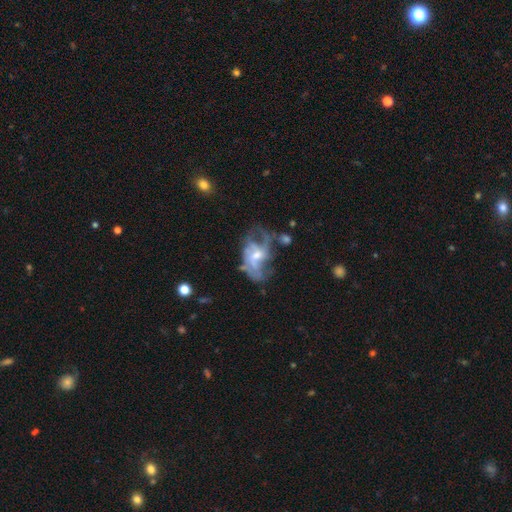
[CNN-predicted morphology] featured or disk 75%, smooth 17%, star or artifact 8%. Down the decision tree: edge-on disk — no (96%); bar — no (54%); spiral arms — yes (73%); spiral arm count — 2 (36%); spiral winding — medium (41%); bulge size — moderate (53%); merging — major disturbance (36%).